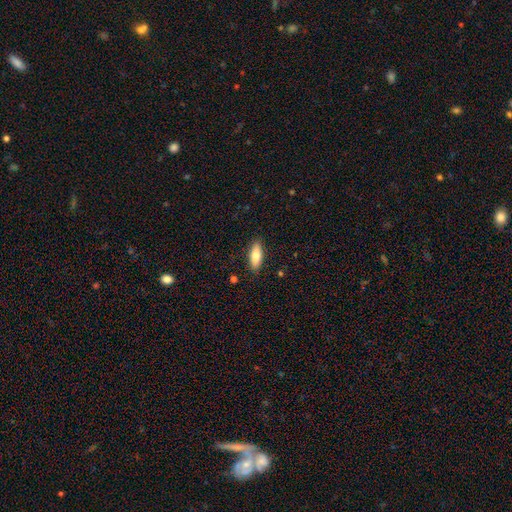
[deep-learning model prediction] Smooth or featured? Predicted: smooth (p=0.78). How rounded? Predicted: in between (p=0.65). Merging? Predicted: none (p=0.88).